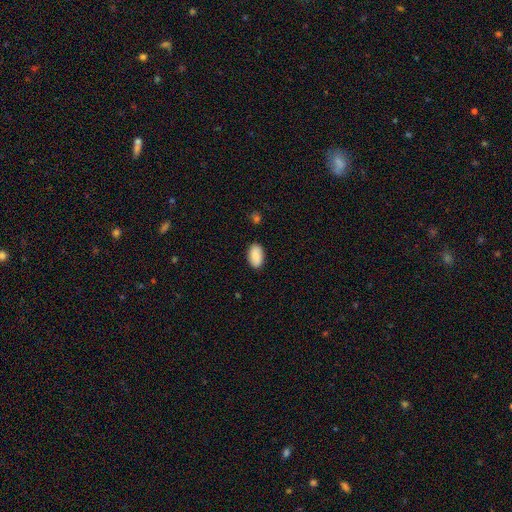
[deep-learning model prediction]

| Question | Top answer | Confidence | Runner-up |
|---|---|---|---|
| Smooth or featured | smooth | 89% | star or artifact (6%) |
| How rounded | in between | 94% | round (4%) |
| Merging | none | 87% | minor disturbance (10%) |